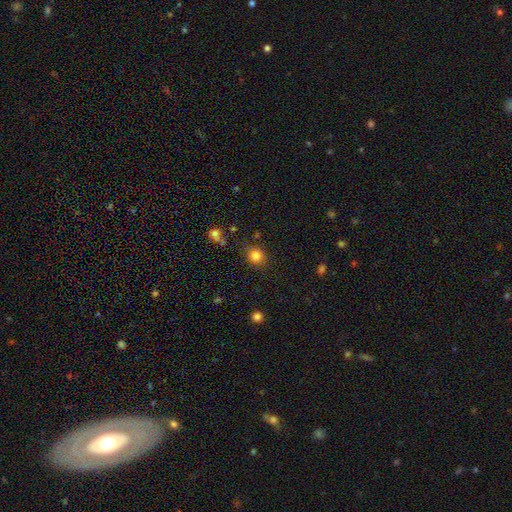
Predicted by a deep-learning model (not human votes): smooth-or-featured: smooth: 82% | star or artifact: 13% | featured or disk: 5%
  how-rounded: round: 80% | in between: 19% | cigar-shaped: 1%
  merging: none: 79% | minor disturbance: 13% | major disturbance: 4% | merger: 4%